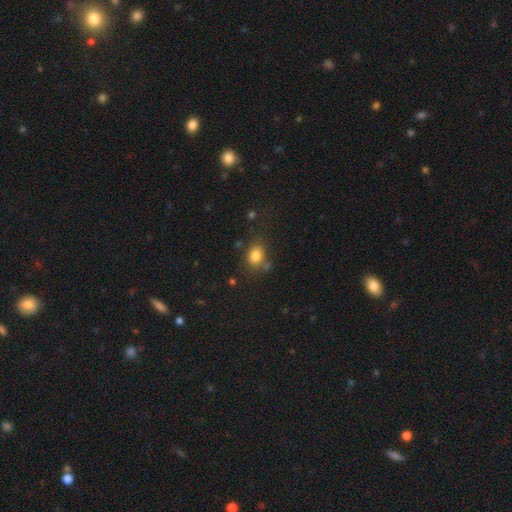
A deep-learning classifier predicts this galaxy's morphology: A smooth galaxy with no disk features (82%) that is in between round and cigar-shaped (59%). Merging: none (67%).